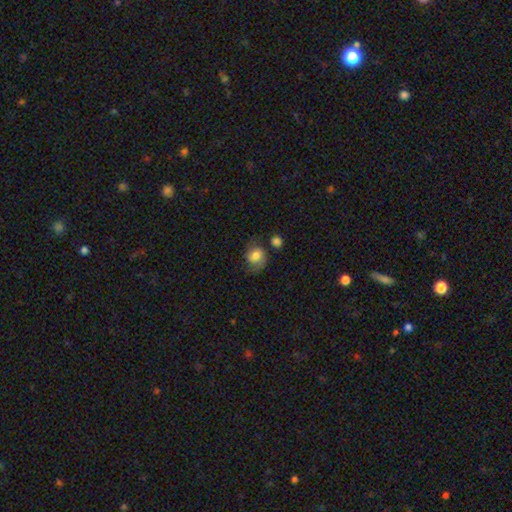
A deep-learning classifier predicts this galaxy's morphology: The model was most divided on "merging": none: 53%, minor disturbance: 25%, major disturbance: 14%, merger: 8%. More confident: smooth or featured — smooth (65%); how rounded — round (64%).